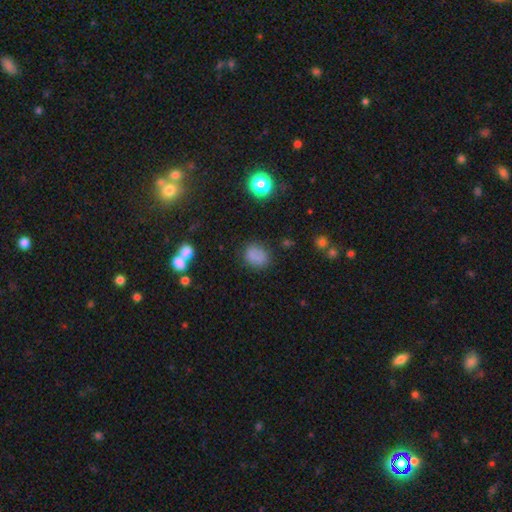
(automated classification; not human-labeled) Smooth or featured: smooth — 78% (star or artifact — 15%)
How rounded: round — 54% (in between — 45%)
Merging: none — 78% (minor disturbance — 15%)